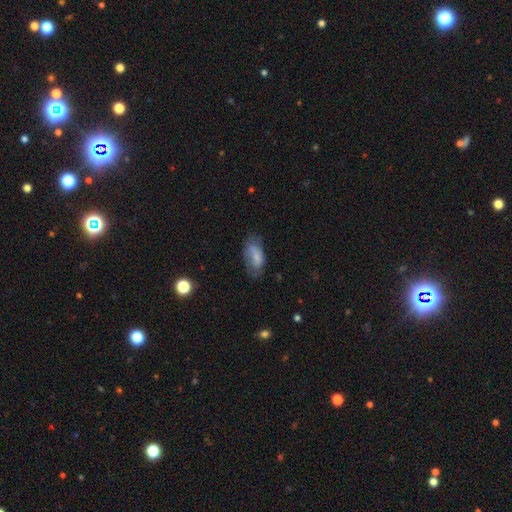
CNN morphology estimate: Smooth or featured? smooth (71%)
How rounded? in between (88%)
Merging? none (55%)